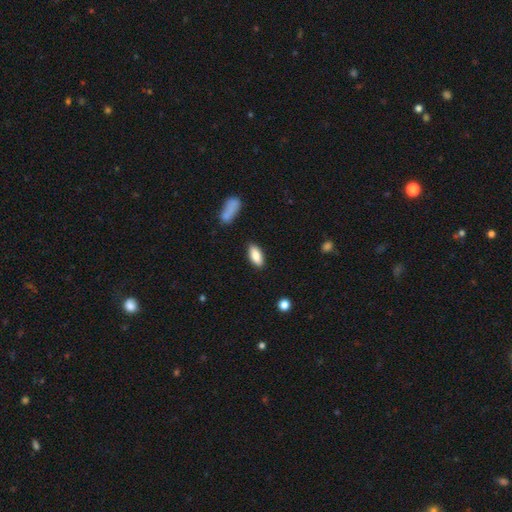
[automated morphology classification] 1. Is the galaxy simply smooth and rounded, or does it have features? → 84% smooth, 9% featured or disk, 6% star or artifact.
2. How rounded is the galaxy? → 82% in between, 15% cigar-shaped, 2% round.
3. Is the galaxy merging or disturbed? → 87% none, 9% minor disturbance, 2% major disturbance, 2% merger.